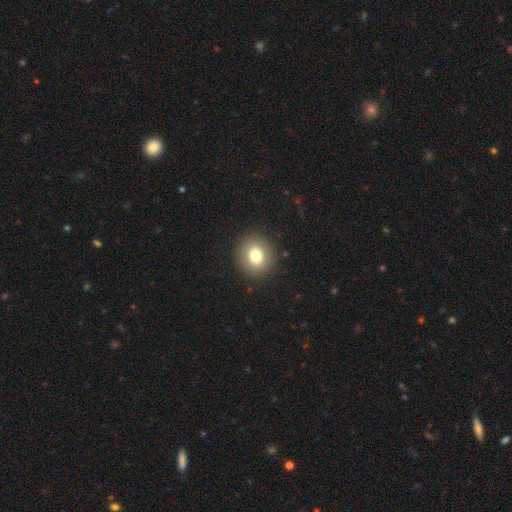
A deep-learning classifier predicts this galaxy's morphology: smooth 76%, featured or disk 13%, star or artifact 11%. Down the decision tree: how rounded — round (85%); merging — none (90%).